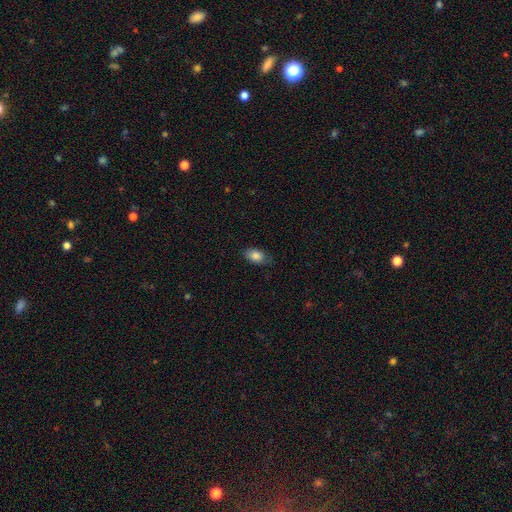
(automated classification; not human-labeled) A smooth galaxy with no disk features (84%) that is in between round and cigar-shaped (88%).

Vote fractions:
- Smooth or featured? smooth: 84% / featured or disk: 8% / star or artifact: 8%
- How rounded? in between: 88% / round: 9% / cigar-shaped: 2%
- Merging? none: 77% / minor disturbance: 18% / major disturbance: 4% / merger: 1%